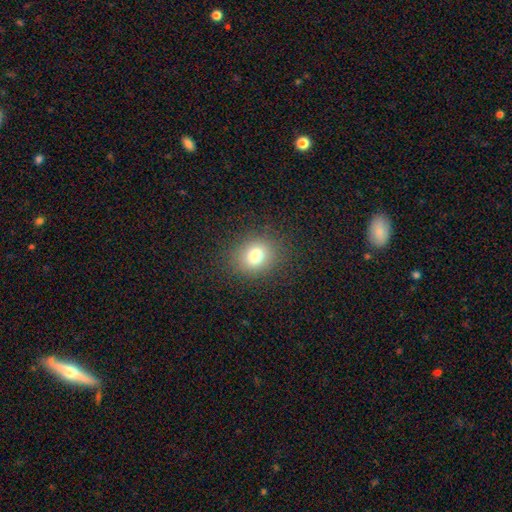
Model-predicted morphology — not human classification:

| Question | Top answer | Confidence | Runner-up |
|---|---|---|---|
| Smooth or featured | smooth | 76% | star or artifact (14%) |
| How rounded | round | 70% | in between (29%) |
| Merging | none | 87% | minor disturbance (8%) |